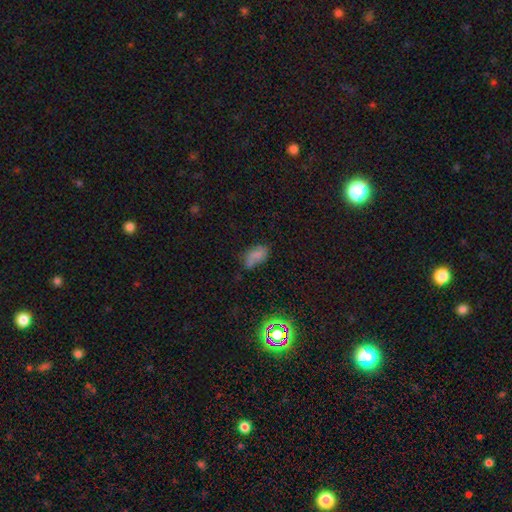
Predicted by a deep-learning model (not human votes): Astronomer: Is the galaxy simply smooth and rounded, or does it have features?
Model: smooth — 65%.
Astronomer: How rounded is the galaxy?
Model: in between — 91%.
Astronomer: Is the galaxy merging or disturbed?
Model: none — 47% (runner-up: minor disturbance, 33%).